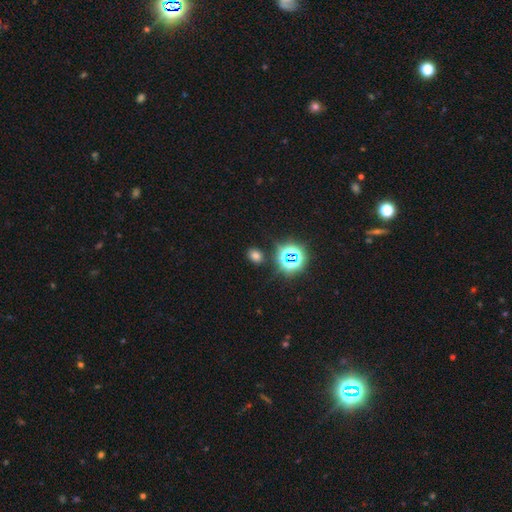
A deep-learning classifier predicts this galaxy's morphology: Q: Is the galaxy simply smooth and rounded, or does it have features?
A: smooth — 65%.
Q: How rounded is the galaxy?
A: in between — 59%.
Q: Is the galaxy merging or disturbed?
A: none — 84%.